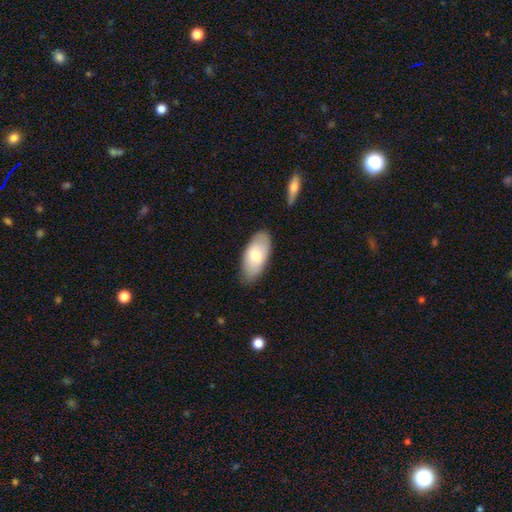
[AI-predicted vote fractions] A smooth galaxy with no disk features (72%) that is in between round and cigar-shaped (92%).

Vote fractions:
- Smooth or featured? smooth: 72% / featured or disk: 22% / star or artifact: 6%
- How rounded? in between: 92% / cigar-shaped: 5% / round: 2%
- Merging? none: 81% / minor disturbance: 15% / major disturbance: 3% / merger: 1%